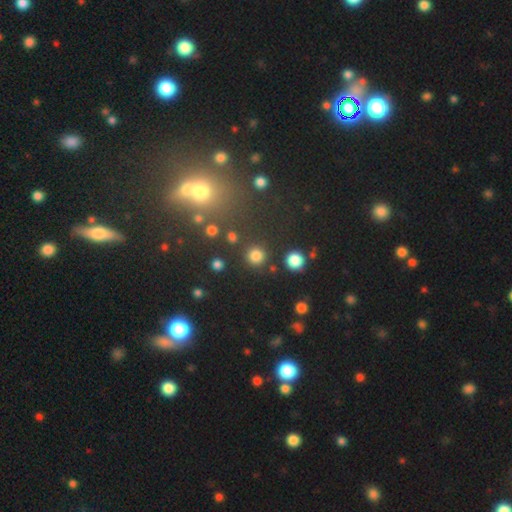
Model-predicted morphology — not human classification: This appears to be a smooth galaxy with no disk features (81%) that is round (94%). Merging: none (87%).